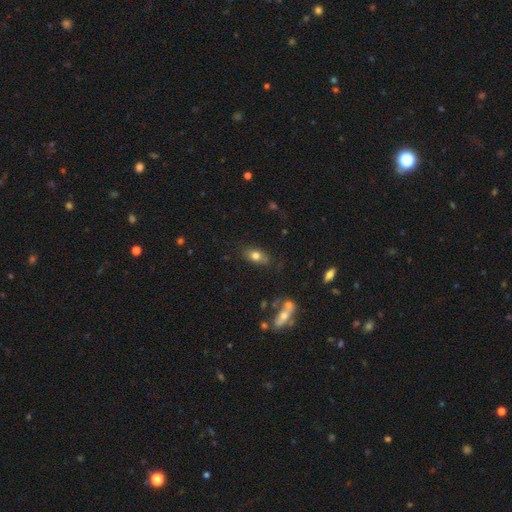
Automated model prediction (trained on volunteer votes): smooth-or-featured: smooth: 75% | featured or disk: 16% | star or artifact: 9%
  how-rounded: in between: 83% | round: 10% | cigar-shaped: 7%
  merging: none: 77% | minor disturbance: 15% | major disturbance: 4% | merger: 3%